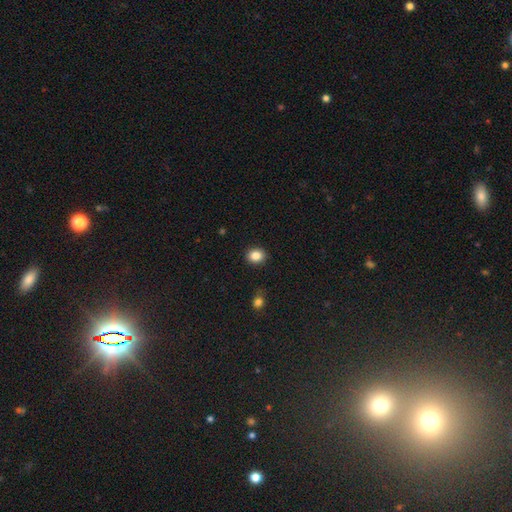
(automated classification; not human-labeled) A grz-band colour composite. It shows a smooth galaxy with no disk features (85%) that is round (64%). Merging: none (89%).